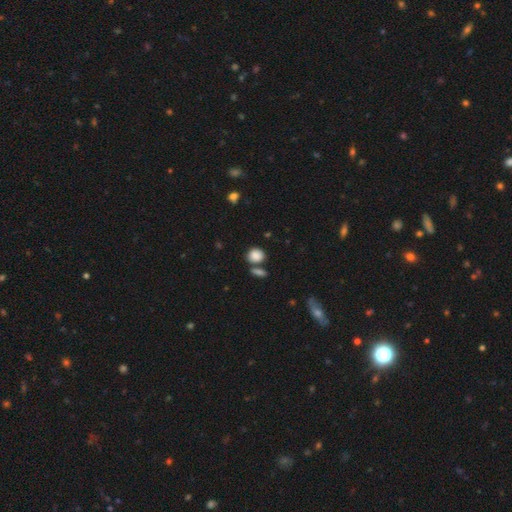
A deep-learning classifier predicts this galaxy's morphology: This is clearly a smooth galaxy (86%). How rounded: likely round (66%). Merging: likely none (61%).